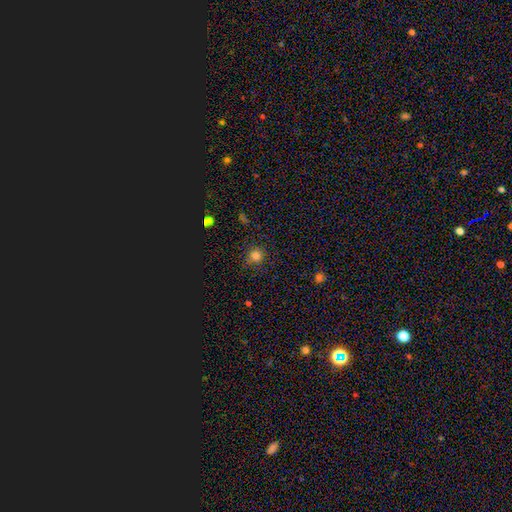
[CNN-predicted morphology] Smooth or featured? Predicted: smooth (p=0.78). How rounded? Predicted: round (p=0.93). Merging? Predicted: none (p=0.85).